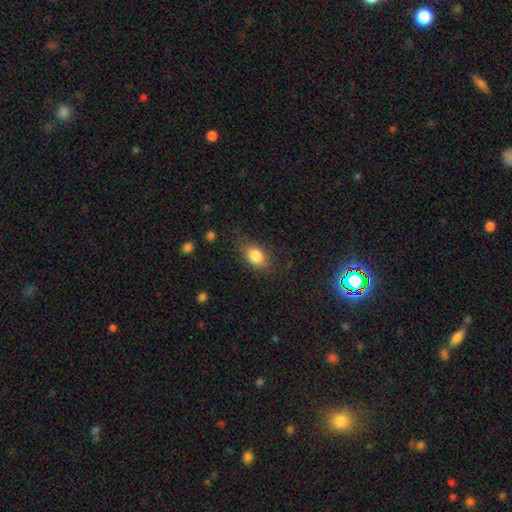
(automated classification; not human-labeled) smooth_or_featured: smooth (p=0.83) [alt: star or artifact p=0.08]
how_rounded: in between (p=0.80) [alt: round p=0.18]
merging: none (p=0.75) [alt: minor disturbance p=0.18]